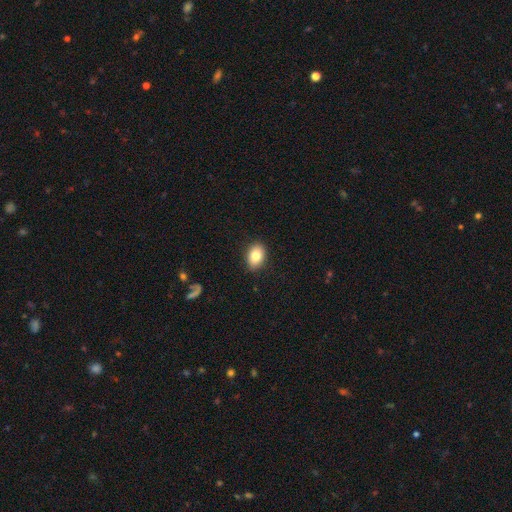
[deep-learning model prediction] Smooth or featured? Predicted: smooth (p=0.82). How rounded? Predicted: in between (p=0.82). Merging? Predicted: none (p=0.88).